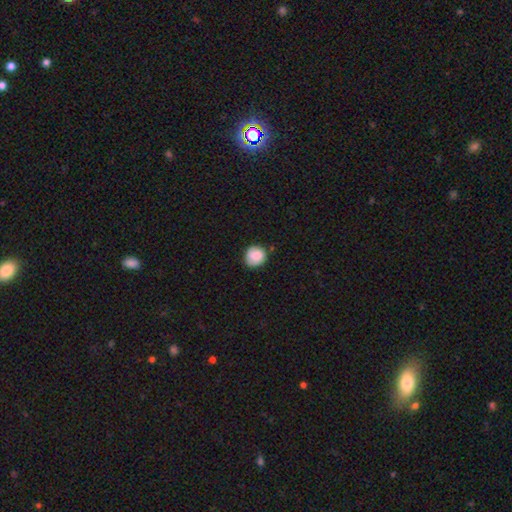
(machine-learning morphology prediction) Smooth or featured? smooth (85%)
How rounded? round (88%)
Merging? none (76%)